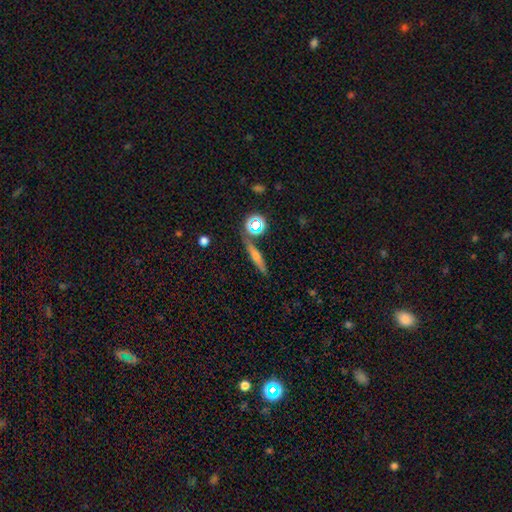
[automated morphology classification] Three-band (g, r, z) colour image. It shows a smooth galaxy with no disk features (43%). Merging: none (83%).